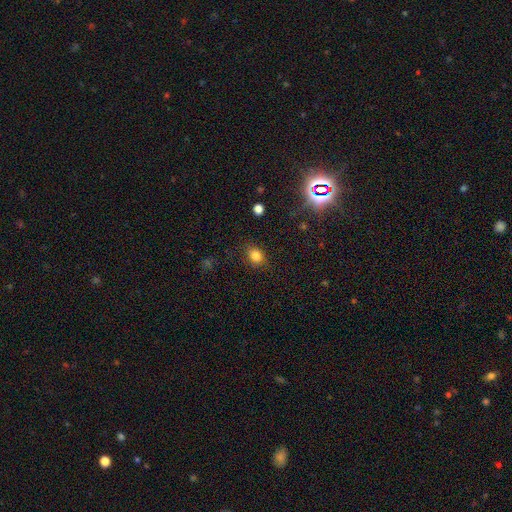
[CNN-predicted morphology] smooth 82%, star or artifact 12%, featured or disk 5%. Down the decision tree: how rounded — in between (54%); merging — none (82%).